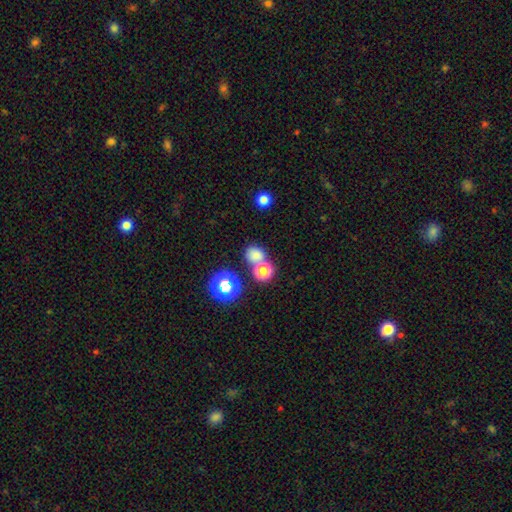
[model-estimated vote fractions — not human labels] Morphology: type=smooth (72%); roundness=round (74%); merging=none (59%).